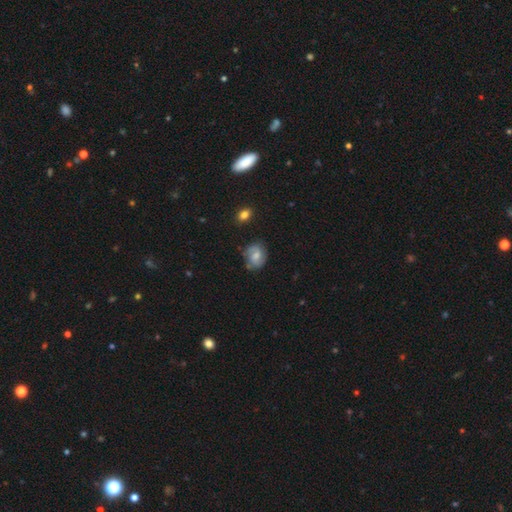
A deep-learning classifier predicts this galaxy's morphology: This is possibly a smooth galaxy (55%). How rounded: possibly in between (49%, tied with round). Merging: likely none (66%).